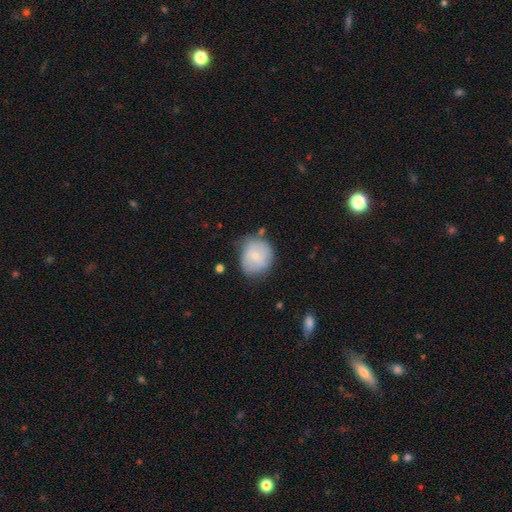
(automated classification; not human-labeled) Overall: smooth (63%; featured or disk 31%). How rounded: round (74%). Merging: none (58%; minor disturbance 29%).